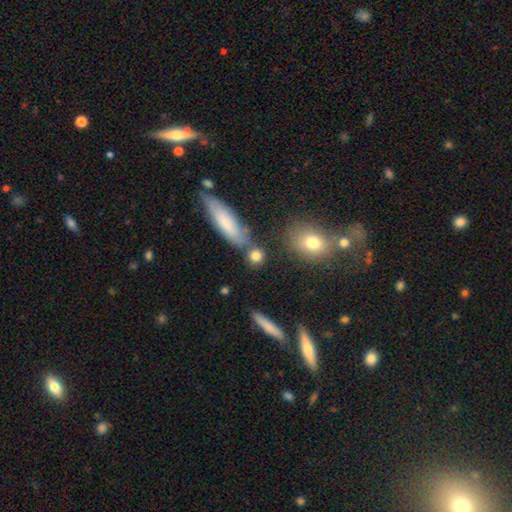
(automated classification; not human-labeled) This appears to be a smooth galaxy with no disk features (80%) that is round (74%). Merging: none (68%).